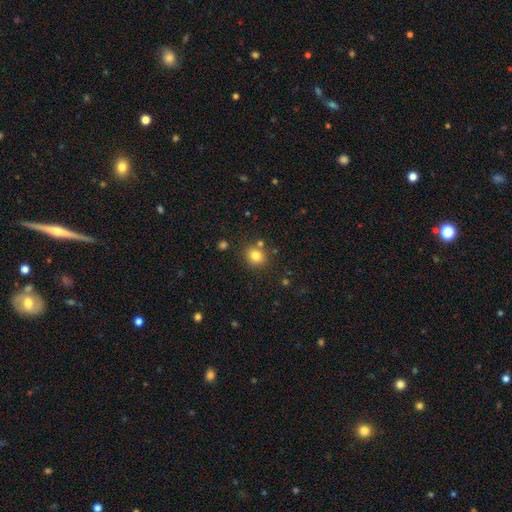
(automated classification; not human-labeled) Overall: smooth (80%). How rounded: round (78%). Merging: none (79%).